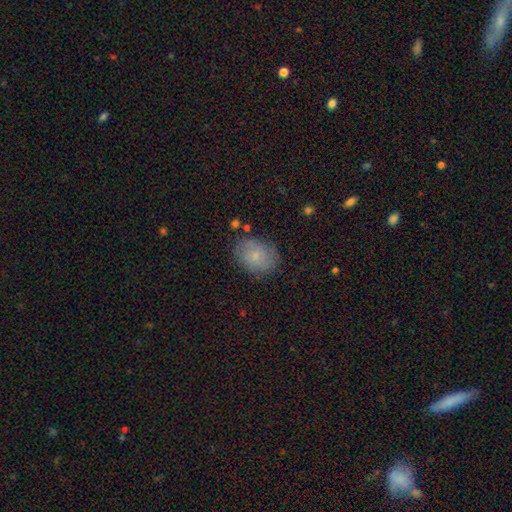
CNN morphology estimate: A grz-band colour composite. It shows a smooth galaxy with no disk features (75%) that is in between round and cigar-shaped (59%). Merging: none (78%).